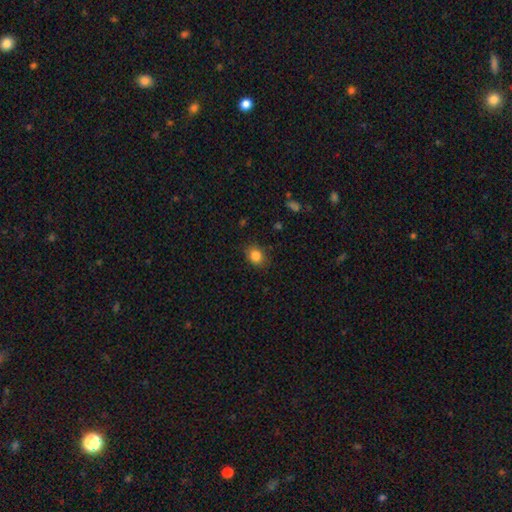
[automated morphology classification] smooth_or_featured: smooth (p=0.84) [alt: star or artifact p=0.10]
how_rounded: in between (p=0.50) [alt: round p=0.49]
merging: none (p=0.83) [alt: minor disturbance p=0.13]